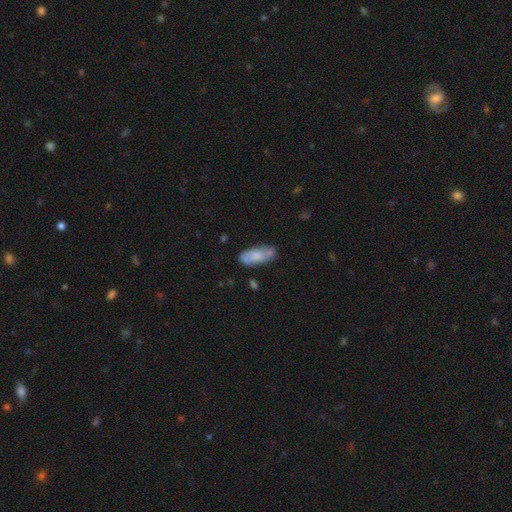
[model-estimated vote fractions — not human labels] Morphology: type=smooth (64%); roundness=in between (82%); merging=none (64%).